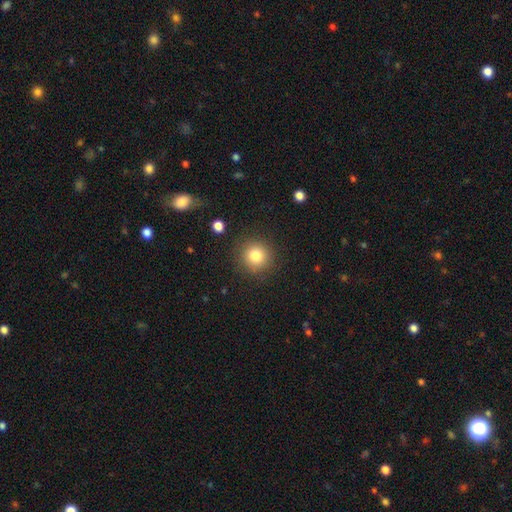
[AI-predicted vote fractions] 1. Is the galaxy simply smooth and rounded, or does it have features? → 81% smooth, 11% star or artifact, 7% featured or disk.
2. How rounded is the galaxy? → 93% round, 6% in between, 1% cigar-shaped.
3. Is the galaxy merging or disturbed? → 88% none, 7% minor disturbance, 3% major disturbance, 2% merger.